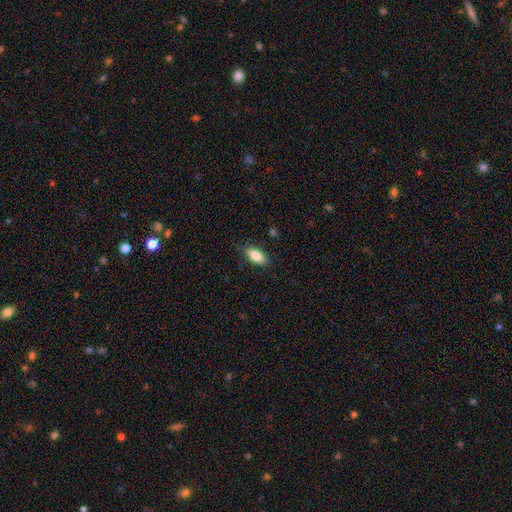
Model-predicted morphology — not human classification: smooth_or_featured: smooth (p=0.83) [alt: featured or disk p=0.10]
how_rounded: in between (p=0.86) [alt: cigar-shaped p=0.10]
merging: none (p=0.80) [alt: minor disturbance p=0.16]